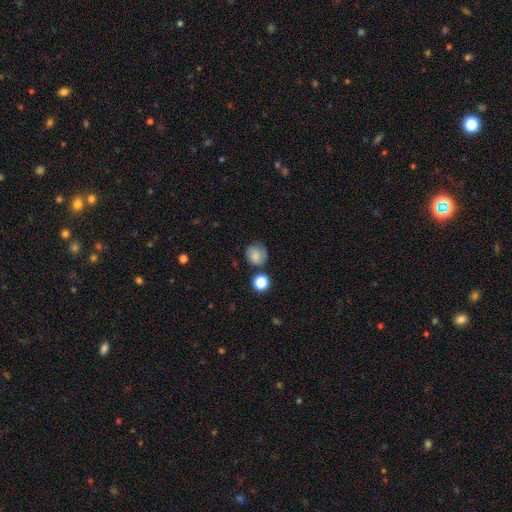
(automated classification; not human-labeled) A smooth galaxy with no disk features (71%) that is round (77%).

Vote fractions:
- Smooth or featured? smooth: 71% / featured or disk: 18% / star or artifact: 11%
- How rounded? round: 77% / in between: 22% / cigar-shaped: 1%
- Merging? none: 65% / minor disturbance: 21% / major disturbance: 8% / merger: 6%